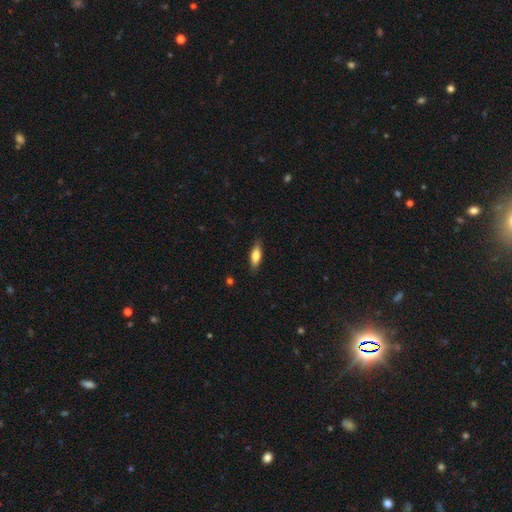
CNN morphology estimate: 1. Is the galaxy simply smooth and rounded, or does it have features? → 74% smooth, 20% featured or disk, 6% star or artifact.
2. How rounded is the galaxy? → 58% in between, 40% cigar-shaped, 2% round.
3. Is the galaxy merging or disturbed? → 85% none, 12% minor disturbance, 2% major disturbance, 1% merger.